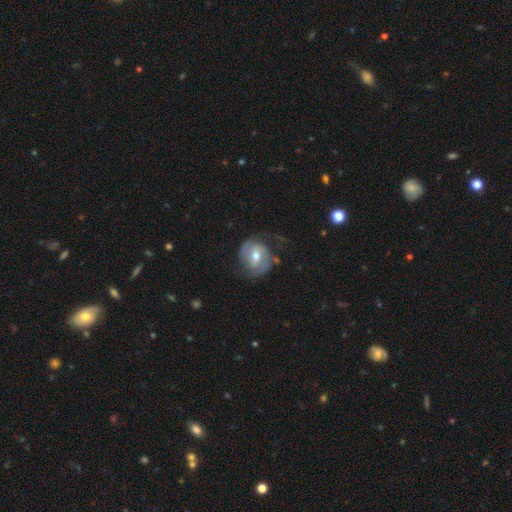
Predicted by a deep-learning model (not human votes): This appears to be a featured or disk galaxy (64%) with a weak bar (46%), 2 (77%) medium (42%) spiral arms (81%) and a moderate central bulge (69%). Merging: none (62%).